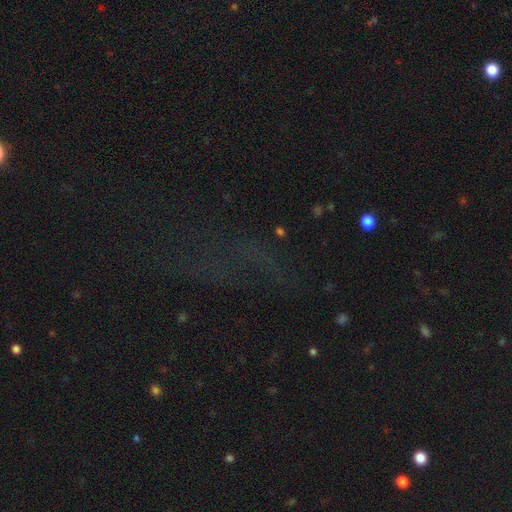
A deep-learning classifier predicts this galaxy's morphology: This appears to be a star or artifact, not a galaxy (66%).